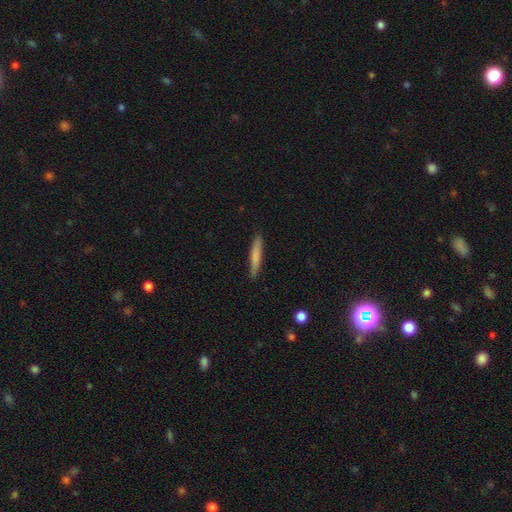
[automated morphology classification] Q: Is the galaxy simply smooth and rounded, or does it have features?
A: smooth — 75%.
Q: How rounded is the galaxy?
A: cigar-shaped — 94%.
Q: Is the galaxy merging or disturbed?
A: none — 89%.